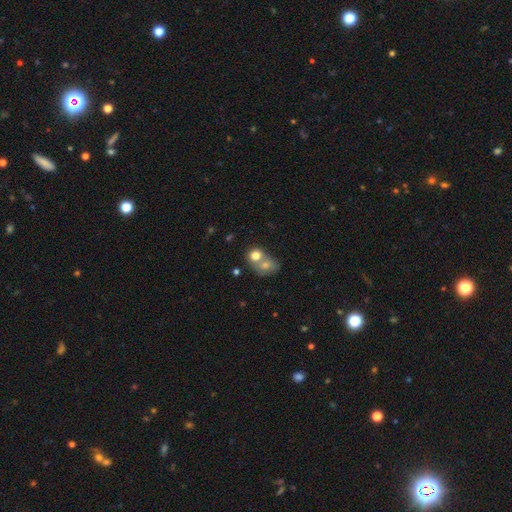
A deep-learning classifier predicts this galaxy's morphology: This appears to be a smooth galaxy with no disk features (75%) that is round (68%). Merging: merger (62%).